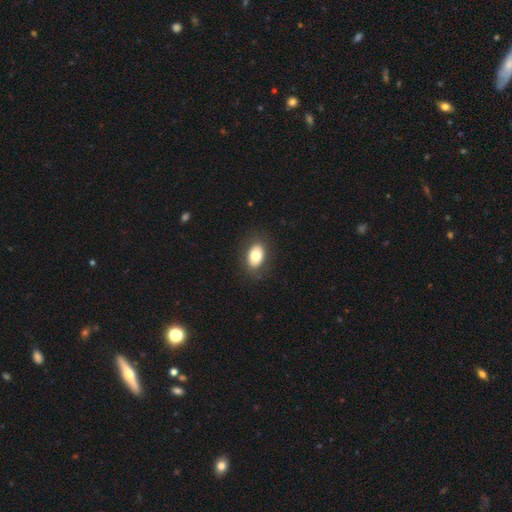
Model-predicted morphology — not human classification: smooth_or_featured: smooth (p=0.77) [alt: featured or disk p=0.15]
how_rounded: in between (p=0.85) [alt: round p=0.13]
merging: none (p=0.85) [alt: minor disturbance p=0.10]